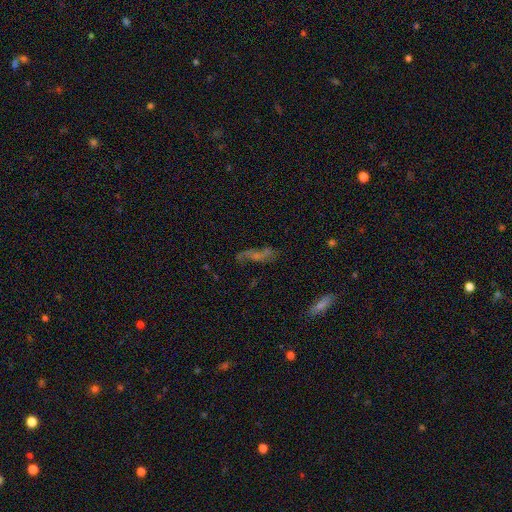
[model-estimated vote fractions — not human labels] This appears to be a featured or disk galaxy (55%). Merging: none (64%).